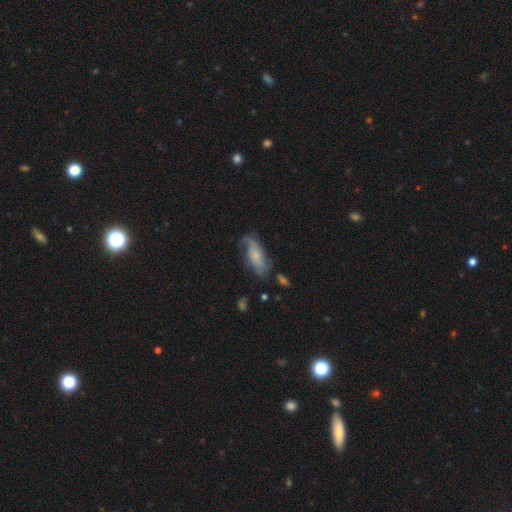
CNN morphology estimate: featured or disk 55%, smooth 37%, star or artifact 8%. Down the decision tree: edge-on disk — no (86%); merging — none (54%).